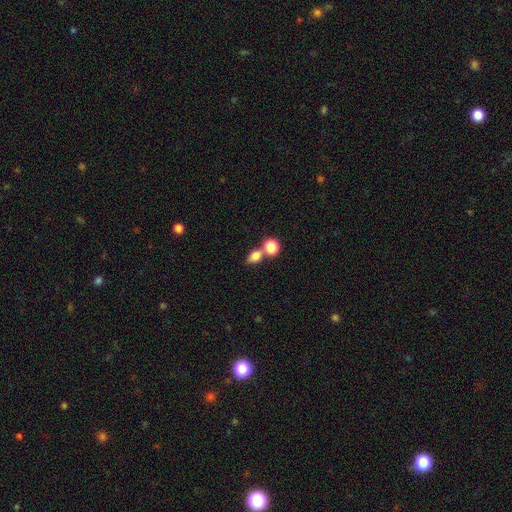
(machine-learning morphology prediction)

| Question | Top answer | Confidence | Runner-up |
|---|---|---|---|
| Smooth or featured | smooth | 79% | star or artifact (11%) |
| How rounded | in between | 59% | round (39%) |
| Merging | none | 44% | merger (42%) |